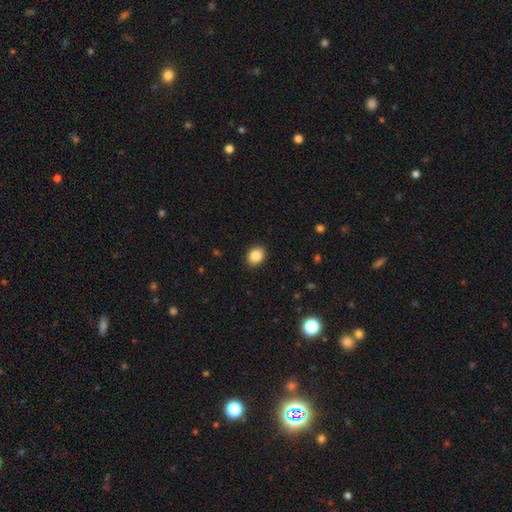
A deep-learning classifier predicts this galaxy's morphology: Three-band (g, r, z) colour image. It shows a smooth galaxy with no disk features (88%) that is in between round and cigar-shaped (60%). Merging: none (90%).